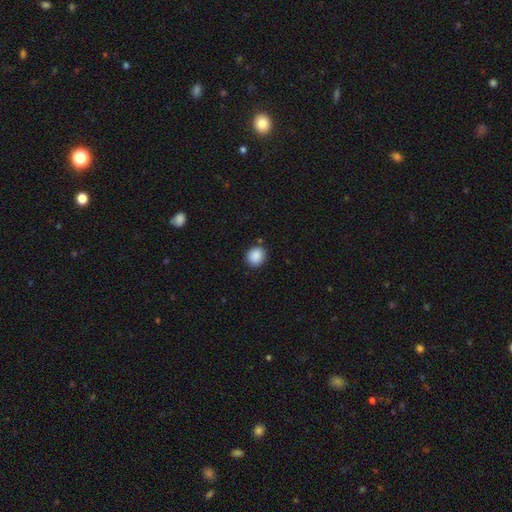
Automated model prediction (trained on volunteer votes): This is clearly a smooth galaxy (89%). How rounded: clearly round (85%). Merging: clearly none (87%).